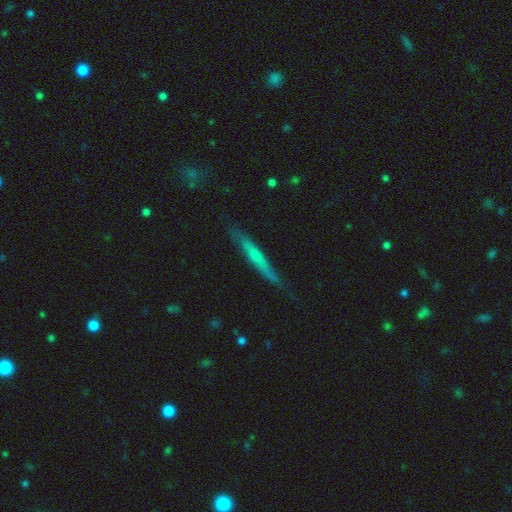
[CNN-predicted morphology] The model was most divided on "smooth or featured": featured or disk: 58%, smooth: 35%, star or artifact: 6%. More confident: edge-on disk — yes (92%); merging — none (81%); edge-on bulge — rounded (63%).